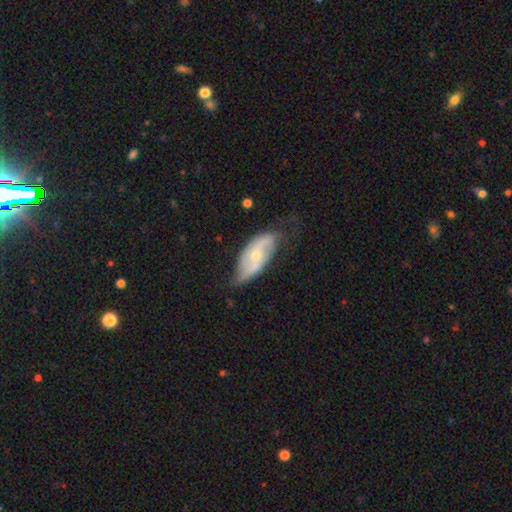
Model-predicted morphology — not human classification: type=featured or disk (71%); edge-on=no (90%); bar=no (55%); spiral arms=yes (83%); winding=loose (52%); arm count=2 (83%); bulge=small (55%); merging=none (58%).